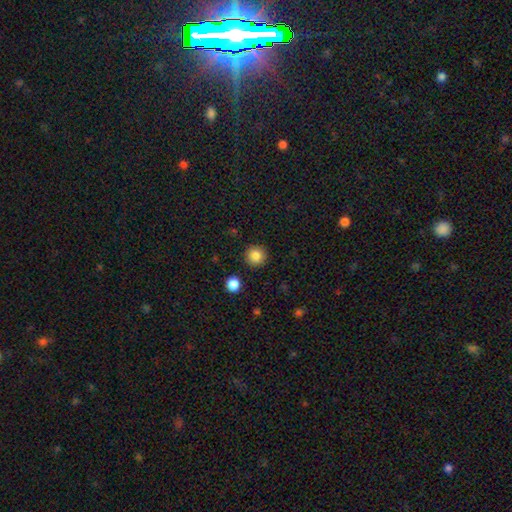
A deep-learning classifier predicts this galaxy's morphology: Overall: smooth (85%). How rounded: round (95%). Merging: none (92%).